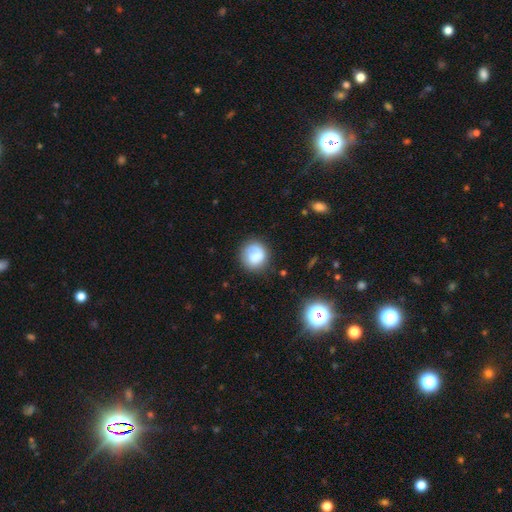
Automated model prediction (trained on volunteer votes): smooth_or_featured: smooth (p=0.72) [alt: featured or disk p=0.20]
how_rounded: round (p=0.83) [alt: in between p=0.16]
merging: none (p=0.72) [alt: minor disturbance p=0.18]